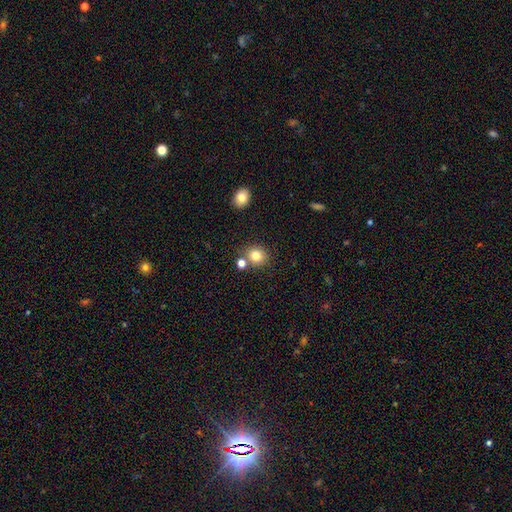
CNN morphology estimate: Smooth or featured? Predicted: smooth (p=0.80). How rounded? Predicted: round (p=0.82). Merging? Predicted: none (p=0.74).